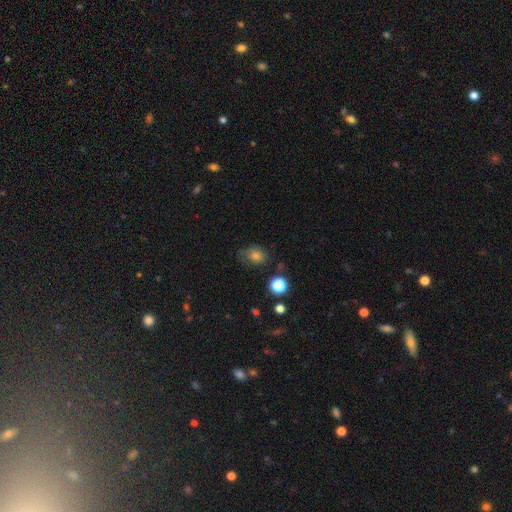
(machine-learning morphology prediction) Smooth or featured?
  - smooth: 75% *
  - star or artifact: 16%
  - featured or disk: 9%
How rounded?
  - round: 50% *
  - in between: 49%
  - cigar-shaped: 1%
Merging?
  - none: 64% *
  - minor disturbance: 25%
  - major disturbance: 8%
  - merger: 3%